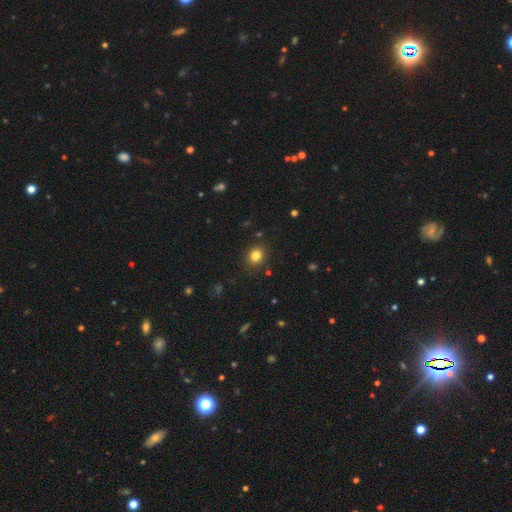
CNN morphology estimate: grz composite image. It shows a smooth galaxy with no disk features (81%) that is round (68%). Merging: none (87%).